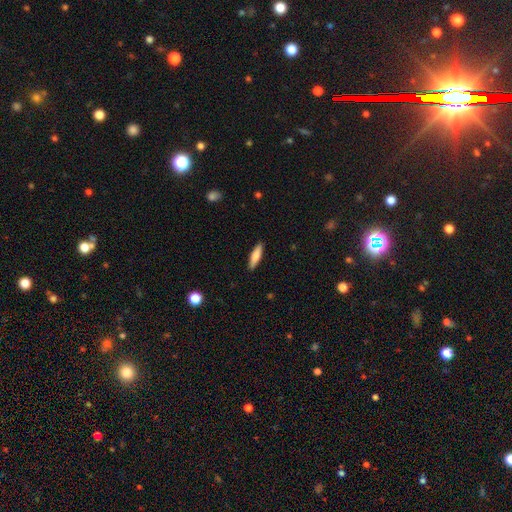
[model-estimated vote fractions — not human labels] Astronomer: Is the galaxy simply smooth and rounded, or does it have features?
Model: smooth — 71%.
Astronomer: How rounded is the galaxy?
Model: cigar-shaped — 69%.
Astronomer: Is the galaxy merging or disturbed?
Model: none — 90%.